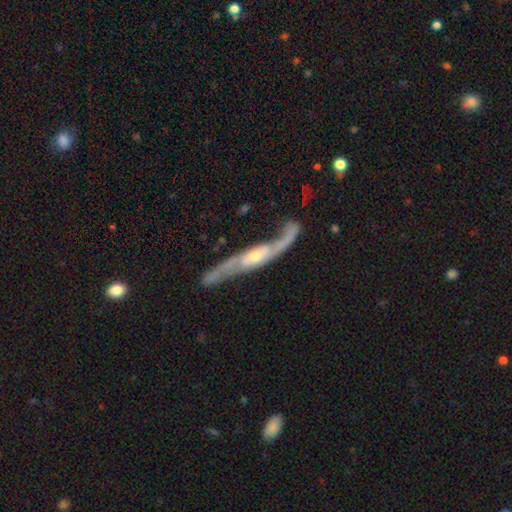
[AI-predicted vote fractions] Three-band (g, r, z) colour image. It shows a featured or disk galaxy (86%). Merging: none (63%).